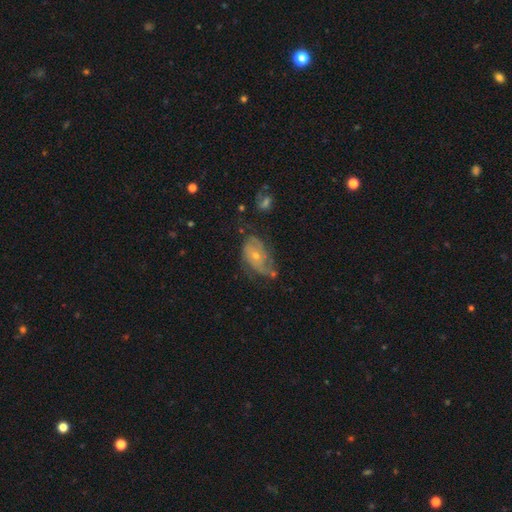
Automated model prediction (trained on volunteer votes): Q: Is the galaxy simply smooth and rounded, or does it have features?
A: featured or disk — 67%.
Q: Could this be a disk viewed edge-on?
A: no — 96%.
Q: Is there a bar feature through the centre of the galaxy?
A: no — 78%.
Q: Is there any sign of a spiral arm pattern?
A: yes — 80%.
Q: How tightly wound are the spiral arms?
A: tight — 39%.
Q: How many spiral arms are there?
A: can't tell — 36%.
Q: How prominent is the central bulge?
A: small — 65%.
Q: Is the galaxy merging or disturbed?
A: none — 41%.